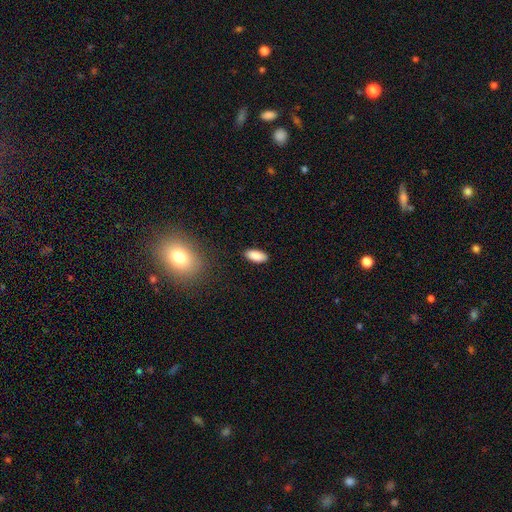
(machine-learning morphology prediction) Smooth or featured: smooth — 88% (star or artifact — 7%)
How rounded: in between — 88% (cigar-shaped — 10%)
Merging: none — 88% (minor disturbance — 9%)